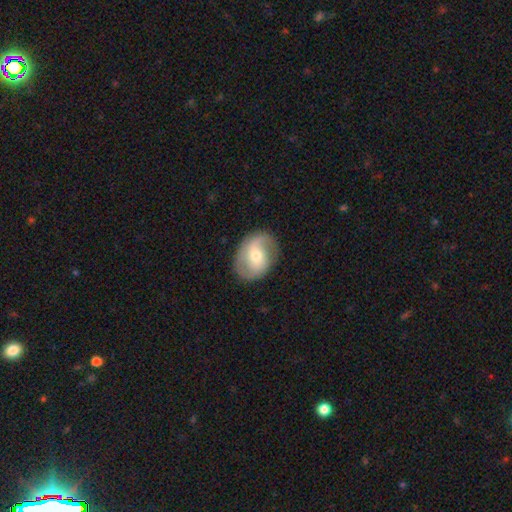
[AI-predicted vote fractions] Smooth or featured? featured or disk (66%)
Edge-on disk? no (96%)
Bar? no (43%)
Spiral arms? yes (85%)
Spiral winding? loose (44%)
Spiral arm count? 2 (80%)
Bulge size? moderate (61%)
Merging? none (78%)